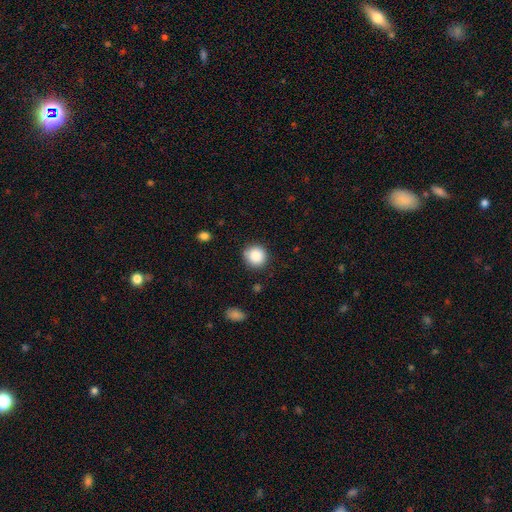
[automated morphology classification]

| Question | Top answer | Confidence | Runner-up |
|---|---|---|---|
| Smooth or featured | smooth | 87% | star or artifact (9%) |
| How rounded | round | 92% | in between (7%) |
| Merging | none | 86% | minor disturbance (10%) |